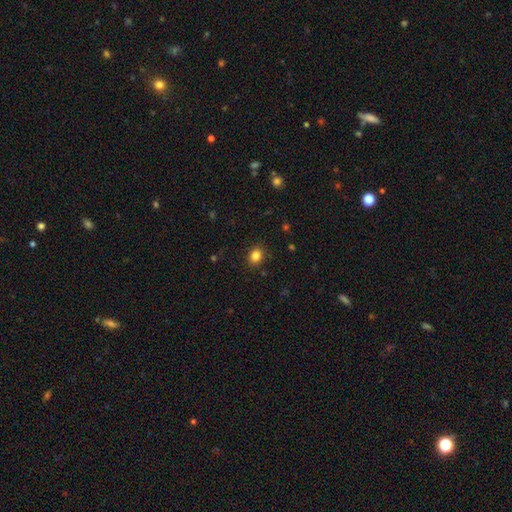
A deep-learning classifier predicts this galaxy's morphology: smooth_or_featured: smooth (p=0.84) [alt: star or artifact p=0.11]
how_rounded: round (p=0.60) [alt: in between p=0.39]
merging: none (p=0.89) [alt: minor disturbance p=0.08]